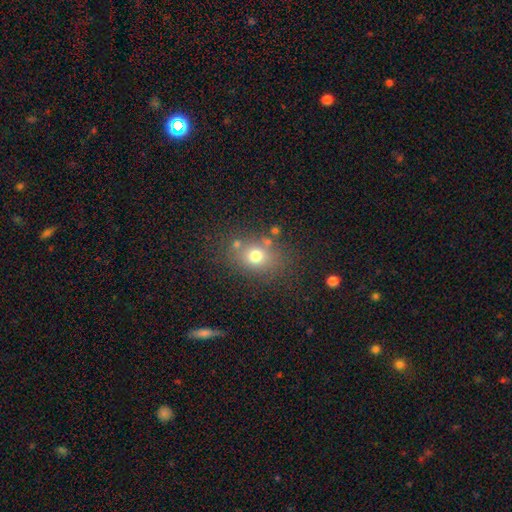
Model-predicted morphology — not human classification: smooth_or_featured: smooth (p=0.62) [alt: star or artifact p=0.25]
how_rounded: round (p=0.58) [alt: in between p=0.40]
merging: none (p=0.72) [alt: merger p=0.12]